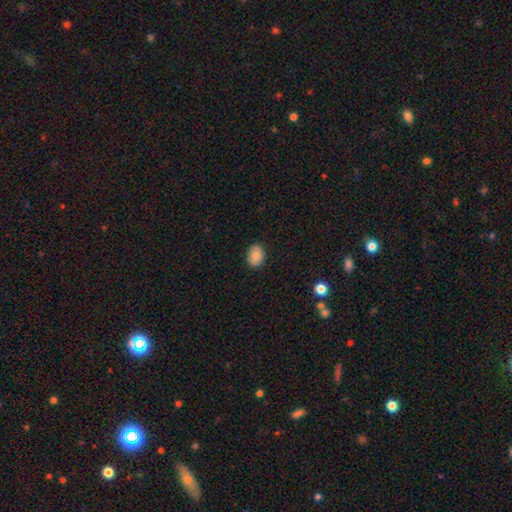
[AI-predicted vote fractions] A smooth galaxy with no disk features (82%) that is in between round and cigar-shaped (64%). Merging: none (90%).